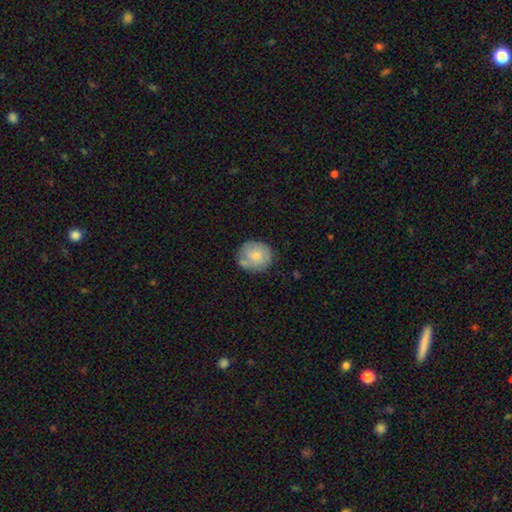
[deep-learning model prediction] smooth-or-featured: smooth: 63% | featured or disk: 30% | star or artifact: 6%
  how-rounded: round: 84% | in between: 15% | cigar-shaped: 1%
  merging: none: 65% | minor disturbance: 23% | merger: 6% | major disturbance: 6%